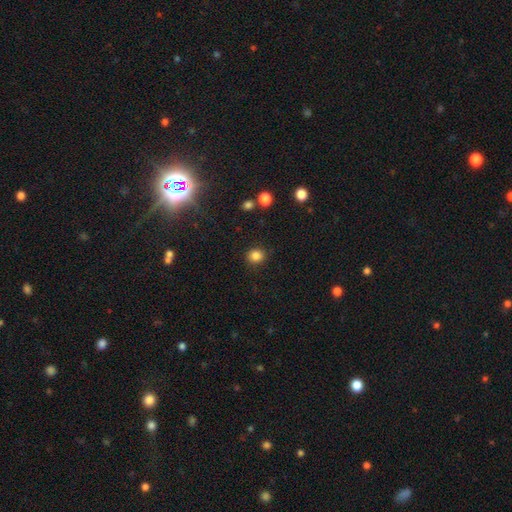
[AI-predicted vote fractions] This appears to be a smooth galaxy with no disk features (84%) that is round (84%). Merging: none (89%).